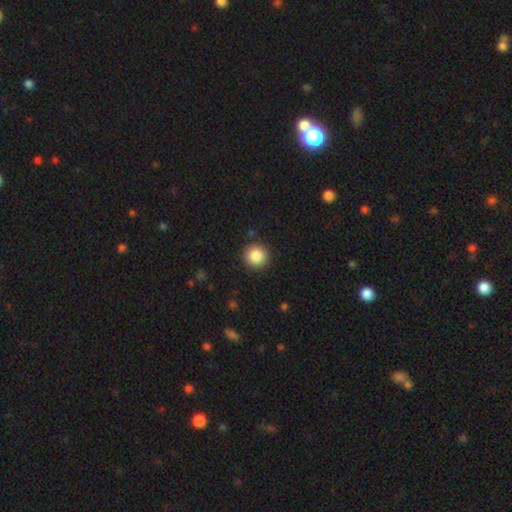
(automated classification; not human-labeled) smooth_or_featured: smooth (p=0.86) [alt: star or artifact p=0.09]
how_rounded: round (p=0.94) [alt: in between p=0.05]
merging: none (p=0.91) [alt: minor disturbance p=0.06]